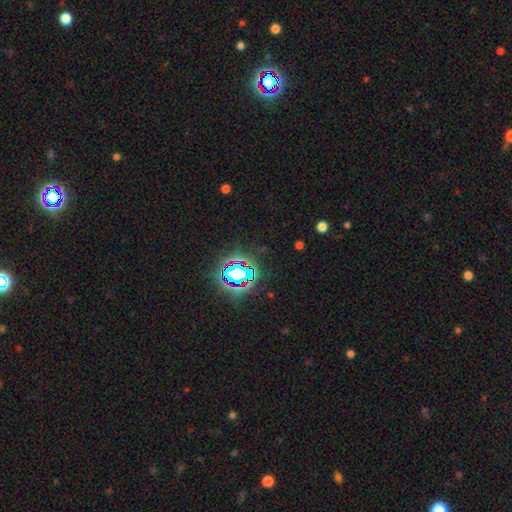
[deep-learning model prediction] A star or artifact, not a galaxy (84%).